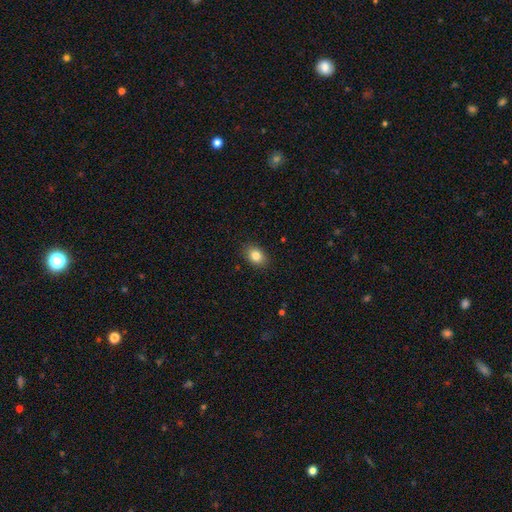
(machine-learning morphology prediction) The model was most divided on "how rounded": in between: 72%, round: 27%, cigar-shaped: 1%. More confident: merging — none (88%); smooth or featured — smooth (84%).